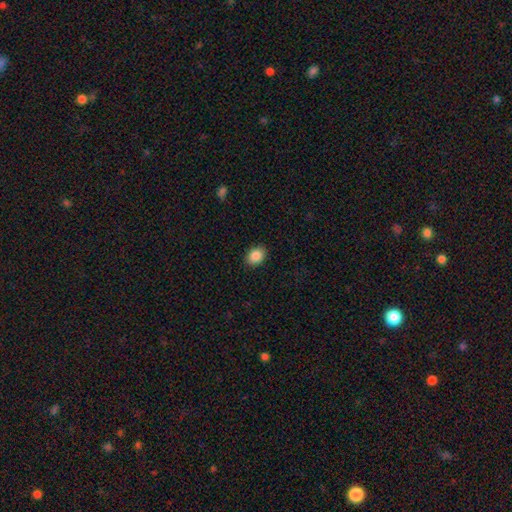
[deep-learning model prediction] Smooth or featured: smooth — 87% (star or artifact — 8%)
How rounded: in between — 68% (round — 31%)
Merging: none — 90% (minor disturbance — 7%)